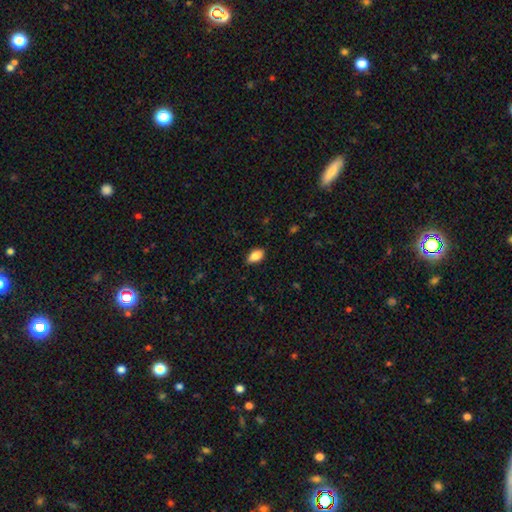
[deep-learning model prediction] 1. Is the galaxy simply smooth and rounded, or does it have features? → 88% smooth, 8% star or artifact, 5% featured or disk.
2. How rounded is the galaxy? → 92% in between, 4% round, 4% cigar-shaped.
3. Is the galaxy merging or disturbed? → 79% none, 18% minor disturbance, 3% major disturbance, 1% merger.